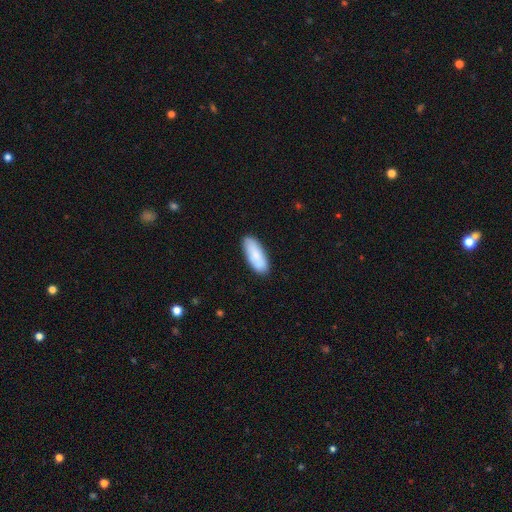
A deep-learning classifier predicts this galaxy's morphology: smooth 83%, featured or disk 11%, star or artifact 6%. Down the decision tree: how rounded — in between (74%); merging — none (85%).